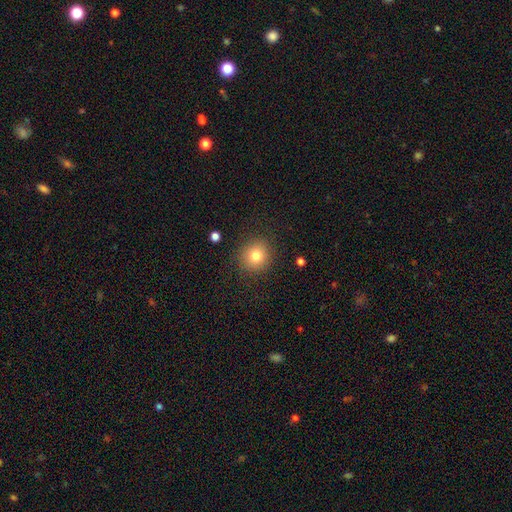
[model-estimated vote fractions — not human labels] smooth 80%, star or artifact 11%, featured or disk 8%. Down the decision tree: how rounded — round (85%); merging — none (87%).